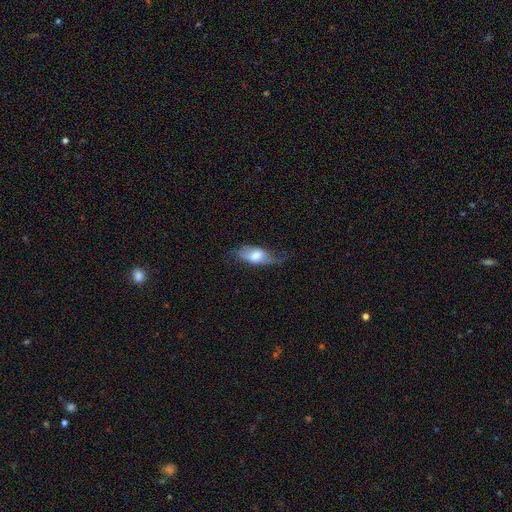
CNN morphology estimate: Smooth or featured?
  - smooth: 61% *
  - featured or disk: 32%
  - star or artifact: 7%
How rounded?
  - in between: 85% *
  - cigar-shaped: 10%
  - round: 5%
Merging?
  - none: 45% *
  - minor disturbance: 32%
  - major disturbance: 21%
  - merger: 2%